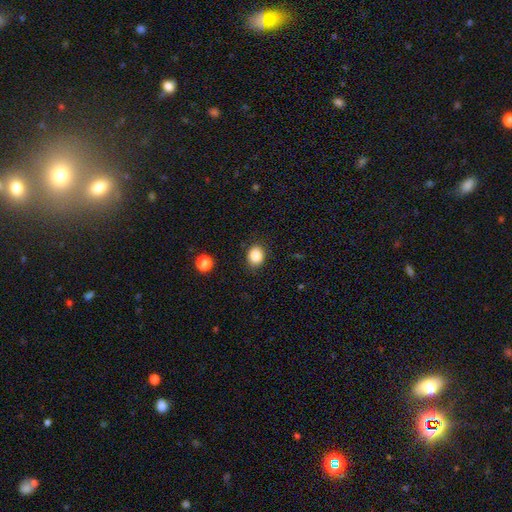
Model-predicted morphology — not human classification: The model was most divided on "how rounded": round: 61%, in between: 38%, cigar-shaped: 1%. More confident: merging — none (87%); smooth or featured — smooth (85%).